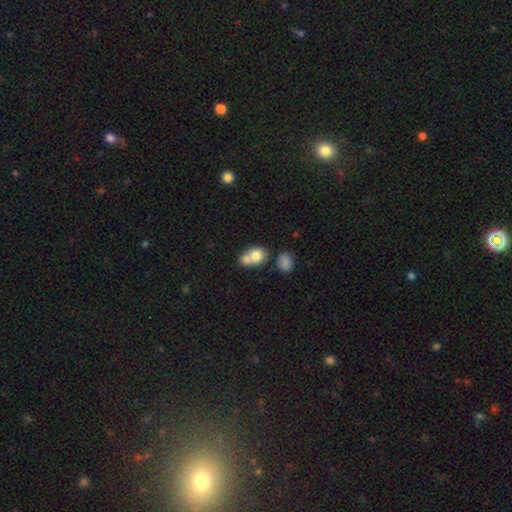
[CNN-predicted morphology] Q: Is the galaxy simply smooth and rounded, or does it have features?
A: smooth — 76%.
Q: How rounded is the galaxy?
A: in between — 52%.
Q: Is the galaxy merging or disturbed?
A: merger — 63%.